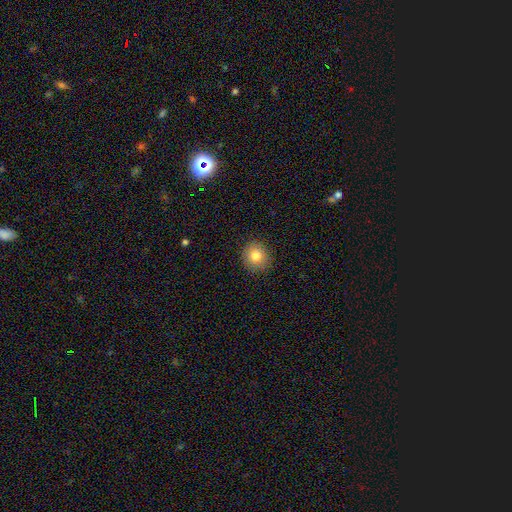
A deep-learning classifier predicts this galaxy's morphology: A smooth galaxy with no disk features (81%) that is round (87%).

Vote fractions:
- Smooth or featured? smooth: 81% / star or artifact: 11% / featured or disk: 8%
- How rounded? round: 87% / in between: 12% / cigar-shaped: 1%
- Merging? none: 90% / minor disturbance: 7% / major disturbance: 2% / merger: 1%